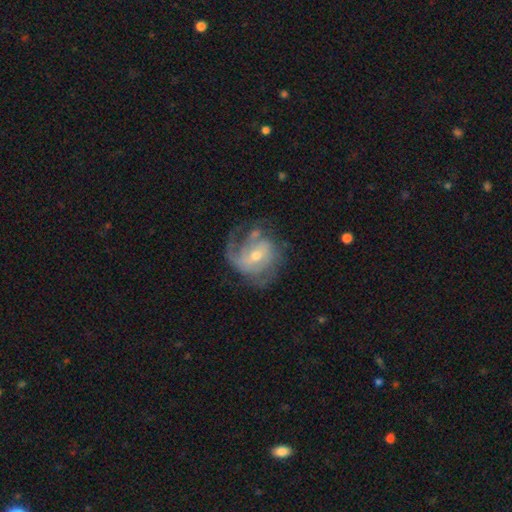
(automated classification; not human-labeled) This appears to be a featured or disk galaxy (82%) with no bar (45%), 2 (35%) medium (42%) spiral arms (91%) and a moderate central bulge (48%, tied with small). Merging: none (51%).